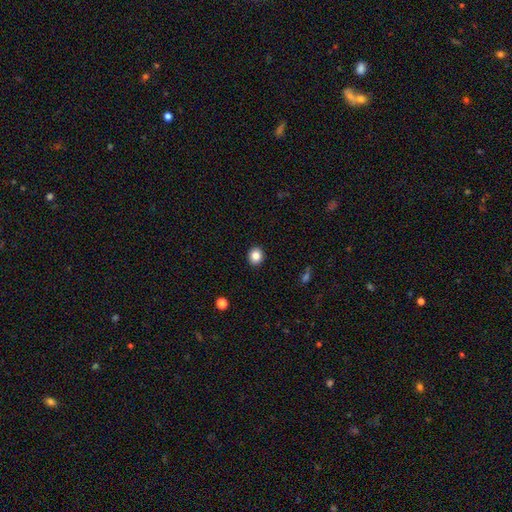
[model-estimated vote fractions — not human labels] This appears to be a smooth galaxy with no disk features (84%) that is round (80%). Merging: none (92%).